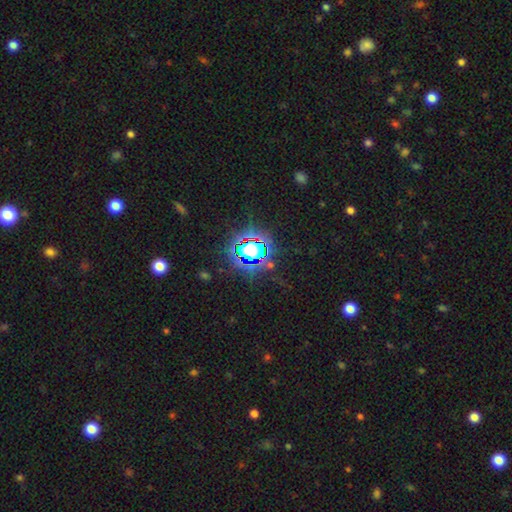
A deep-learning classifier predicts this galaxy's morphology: Smooth or featured? Predicted: star or artifact (p=0.72).